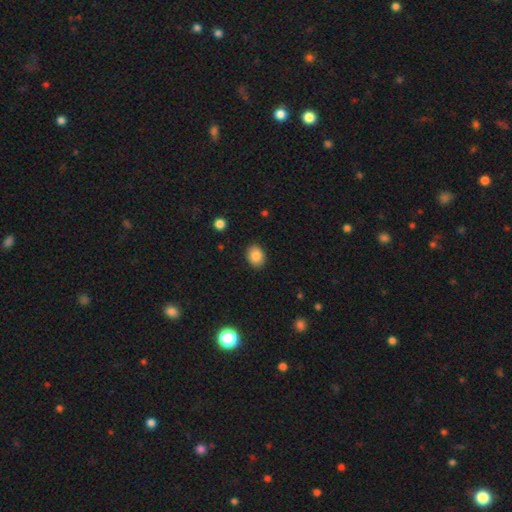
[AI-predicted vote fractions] This appears to be a smooth galaxy with no disk features (86%) that is in between round and cigar-shaped (59%). Merging: none (89%).